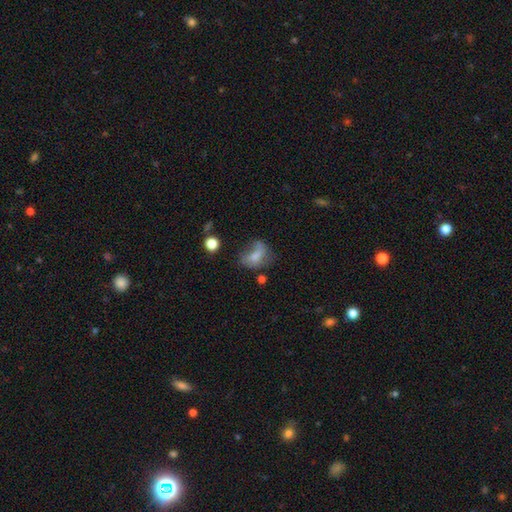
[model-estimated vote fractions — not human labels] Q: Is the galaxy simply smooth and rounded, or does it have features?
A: smooth — 58%.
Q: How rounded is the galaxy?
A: in between — 74%.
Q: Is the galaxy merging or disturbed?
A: major disturbance — 32%, tied with none.